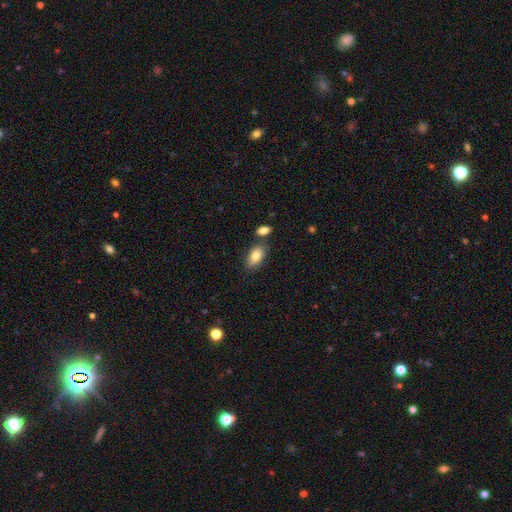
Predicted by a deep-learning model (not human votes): This appears to be a smooth galaxy with no disk features (83%) that is in between round and cigar-shaped (92%). Merging: none (72%).